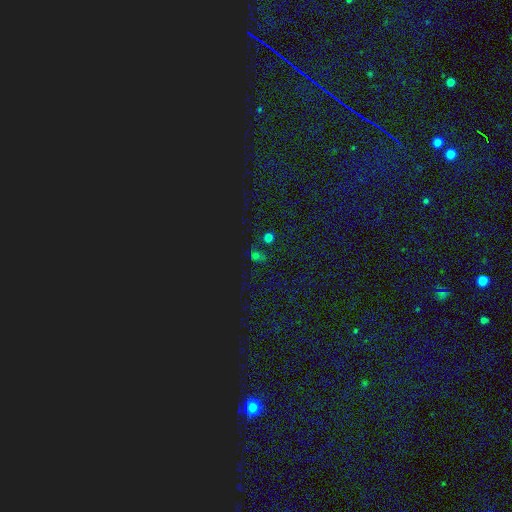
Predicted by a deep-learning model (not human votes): A star or artifact, not a galaxy (55%).

Vote fractions:
- Smooth or featured? star or artifact: 55% / smooth: 34% / featured or disk: 11%